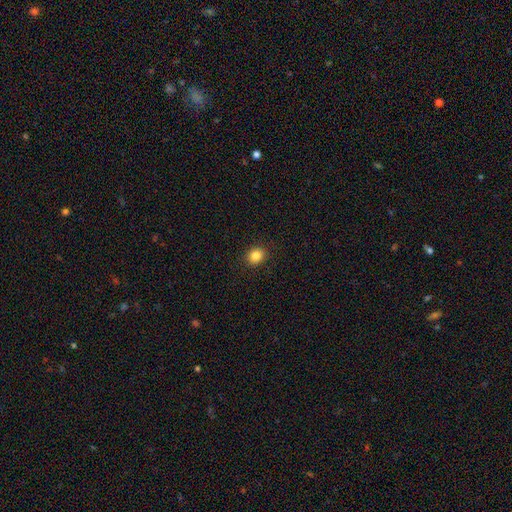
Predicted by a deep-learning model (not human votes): The model was most divided on "how rounded": round: 73%, in between: 26%, cigar-shaped: 1%. More confident: merging — none (91%); smooth or featured — smooth (84%).